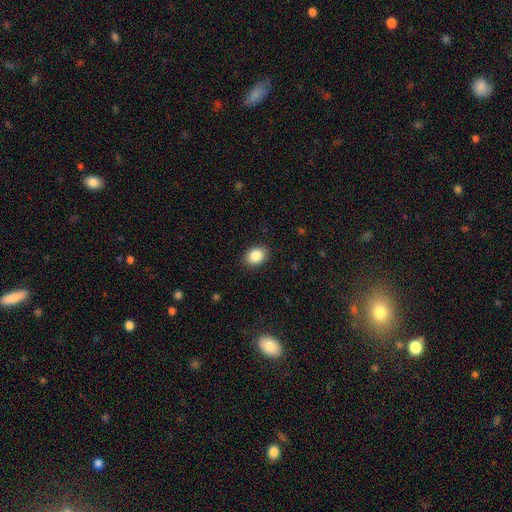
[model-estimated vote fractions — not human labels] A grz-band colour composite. It shows a smooth galaxy with no disk features (86%) that is in between round and cigar-shaped (66%). Merging: none (89%).